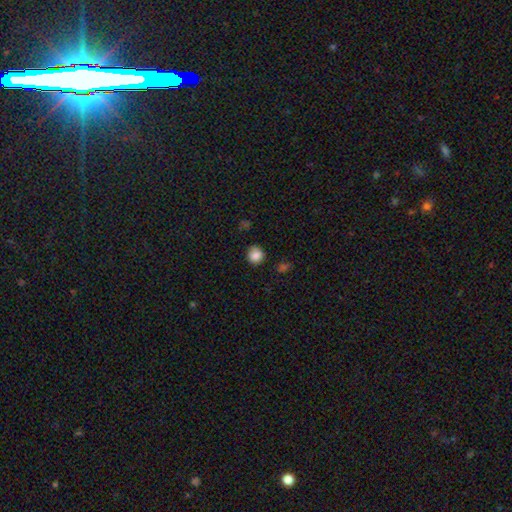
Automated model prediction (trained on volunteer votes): This appears to be a smooth galaxy with no disk features (85%) that is round (86%). Merging: none (84%).